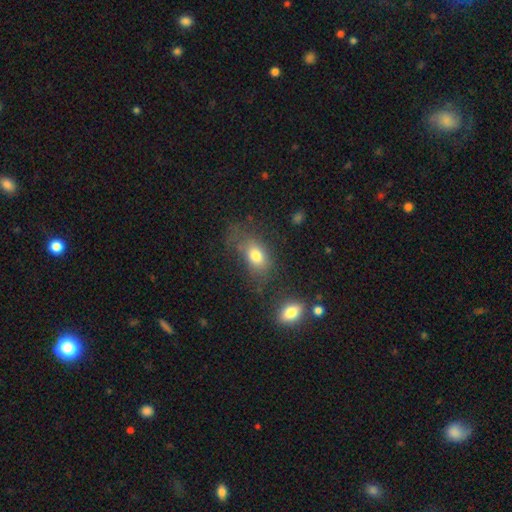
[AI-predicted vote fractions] smooth_or_featured: smooth (p=0.76) [alt: featured or disk p=0.14]
how_rounded: in between (p=0.80) [alt: round p=0.17]
merging: none (p=0.51) [alt: minor disturbance p=0.23]